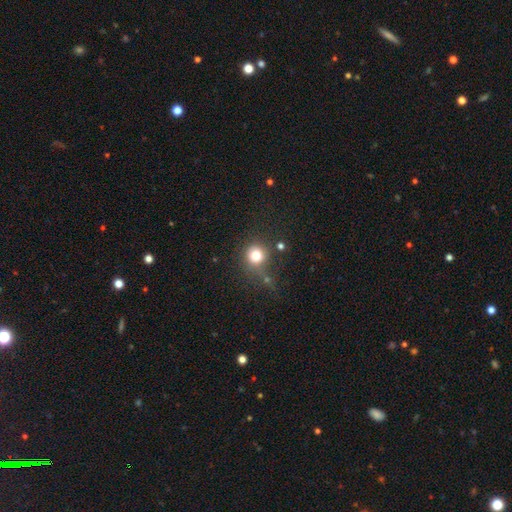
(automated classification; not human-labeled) A smooth galaxy with no disk features (79%) that is round (90%).

Vote fractions:
- Smooth or featured? smooth: 79% / star or artifact: 14% / featured or disk: 8%
- How rounded? round: 90% / in between: 9% / cigar-shaped: 1%
- Merging? none: 65% / minor disturbance: 17% / major disturbance: 9% / merger: 9%